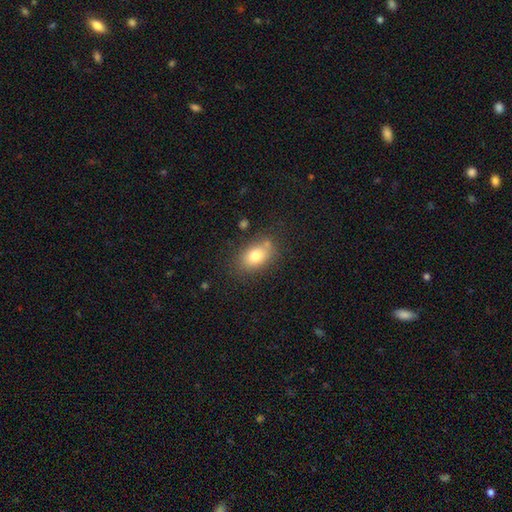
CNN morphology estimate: This appears to be a smooth galaxy with no disk features (77%) that is in between round and cigar-shaped (80%). Merging: none (72%).